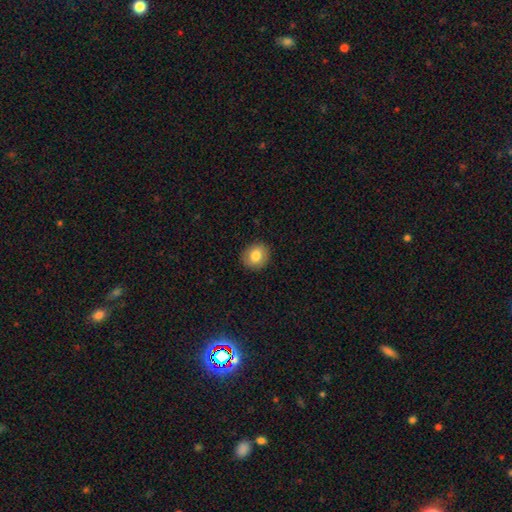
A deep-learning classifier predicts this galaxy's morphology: A smooth galaxy with no disk features (81%) that is round (80%).

Vote fractions:
- Smooth or featured? smooth: 81% / featured or disk: 10% / star or artifact: 9%
- How rounded? round: 80% / in between: 19% / cigar-shaped: 1%
- Merging? none: 91% / minor disturbance: 7% / major disturbance: 2% / merger: 1%